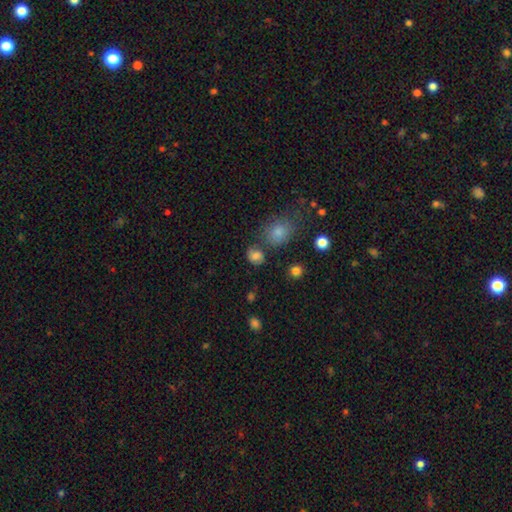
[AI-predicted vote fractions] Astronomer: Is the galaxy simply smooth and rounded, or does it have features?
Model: smooth — 78%.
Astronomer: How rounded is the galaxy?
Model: round — 62% (runner-up: in between, 37%).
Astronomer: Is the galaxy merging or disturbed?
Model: none — 66%.